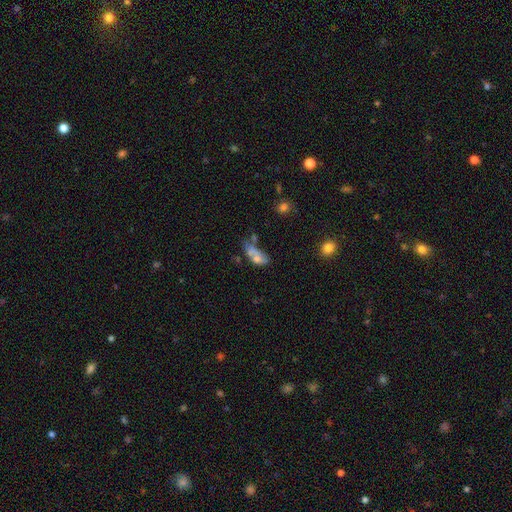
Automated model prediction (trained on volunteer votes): smooth 56%, featured or disk 31%, star or artifact 13%. Down the decision tree: how rounded — in between (81%); merging — merger (40%).